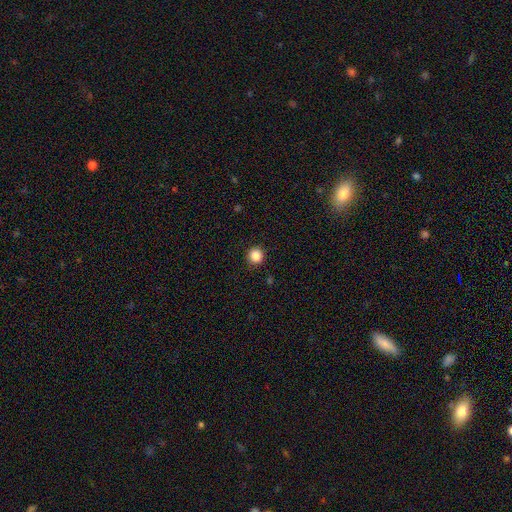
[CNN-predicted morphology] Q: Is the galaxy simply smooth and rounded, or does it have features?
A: smooth — 86%.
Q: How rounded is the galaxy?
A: round — 94%.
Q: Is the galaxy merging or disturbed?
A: none — 92%.